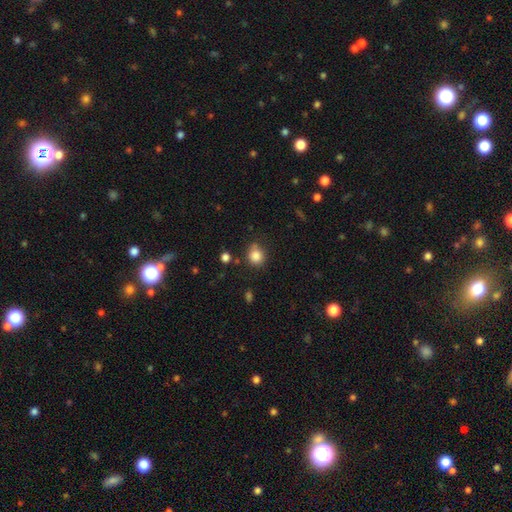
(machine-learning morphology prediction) smooth_or_featured: smooth (p=0.84) [alt: star or artifact p=0.11]
how_rounded: round (p=0.80) [alt: in between p=0.19]
merging: none (p=0.72) [alt: minor disturbance p=0.19]